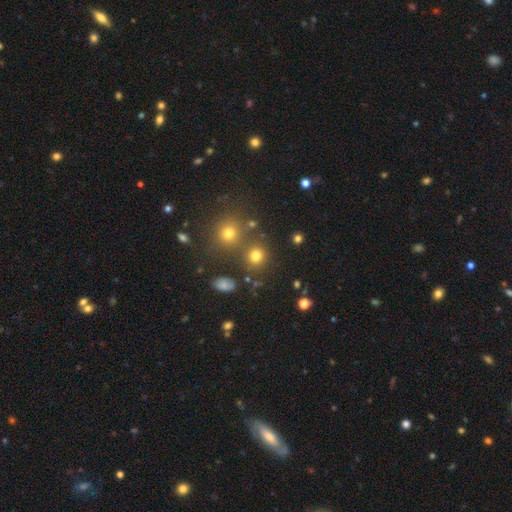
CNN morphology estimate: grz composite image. It shows a smooth galaxy with no disk features (76%) that is round (85%). Merging: none (74%).